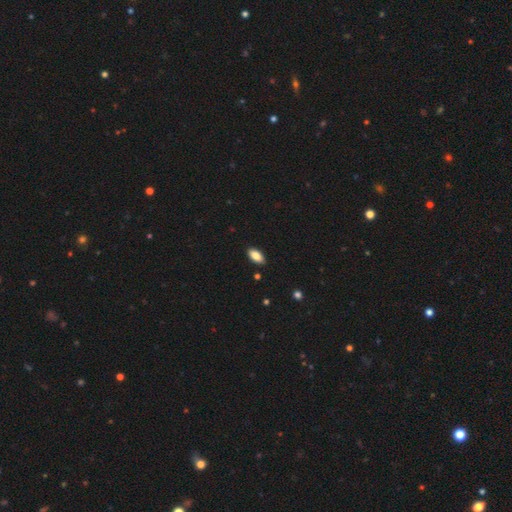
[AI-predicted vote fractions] Smooth or featured? smooth (85%)
How rounded? in between (91%)
Merging? none (89%)